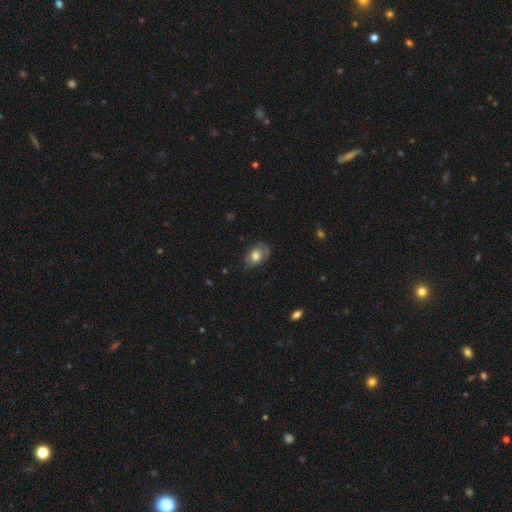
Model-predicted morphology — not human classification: Smooth or featured? Predicted: smooth (p=0.56). How rounded? Predicted: in between (p=0.81). Merging? Predicted: none (p=0.60).